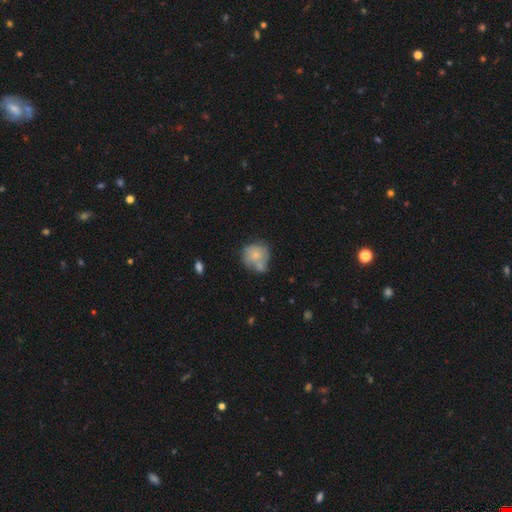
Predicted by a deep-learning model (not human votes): The model was most divided on "merging": none: 42%, minor disturbance: 26%, merger: 21%, major disturbance: 10%. More confident: how rounded — round (77%); smooth or featured — smooth (66%).